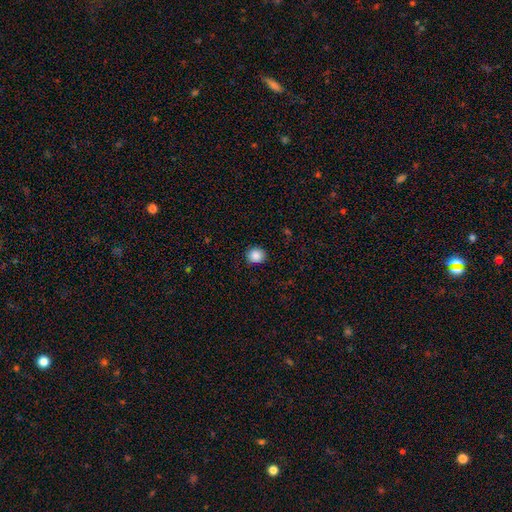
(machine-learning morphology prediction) A smooth galaxy with no disk features (88%) that is round (87%). Merging: none (90%).